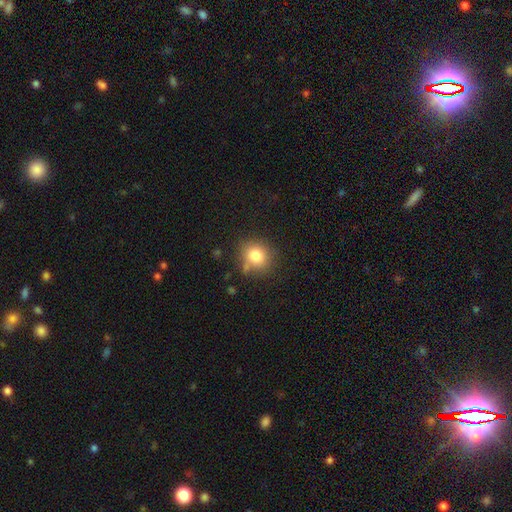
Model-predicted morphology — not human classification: Smooth or featured? smooth (80%)
How rounded? round (77%)
Merging? none (73%)